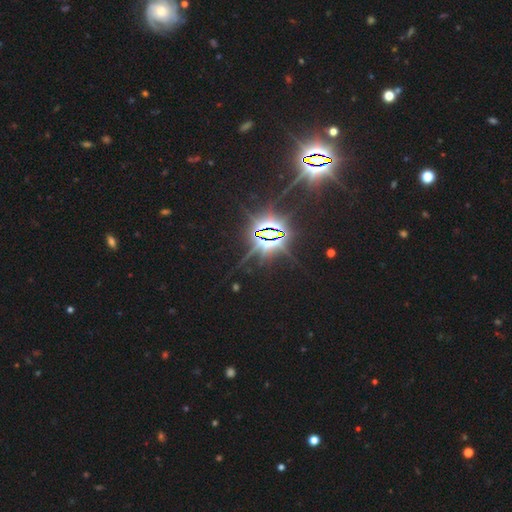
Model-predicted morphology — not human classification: A star or artifact, not a galaxy (86%).

Vote fractions:
- Smooth or featured? star or artifact: 86% / smooth: 8% / featured or disk: 6%